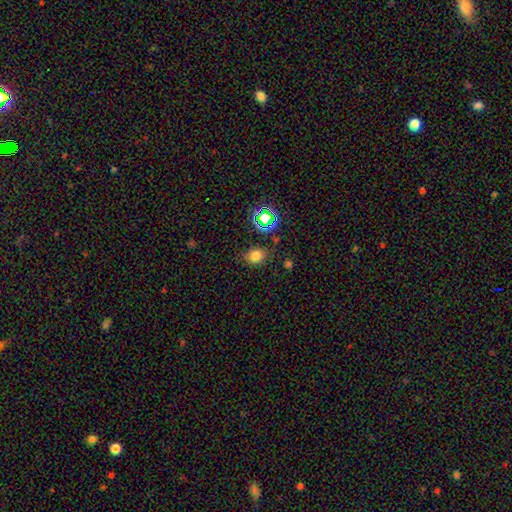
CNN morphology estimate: A smooth galaxy with no disk features (73%) that is in between round and cigar-shaped (54%).

Vote fractions:
- Smooth or featured? smooth: 73% / star or artifact: 20% / featured or disk: 7%
- How rounded? in between: 54% / round: 45% / cigar-shaped: 1%
- Merging? none: 78% / minor disturbance: 15% / major disturbance: 5% / merger: 3%